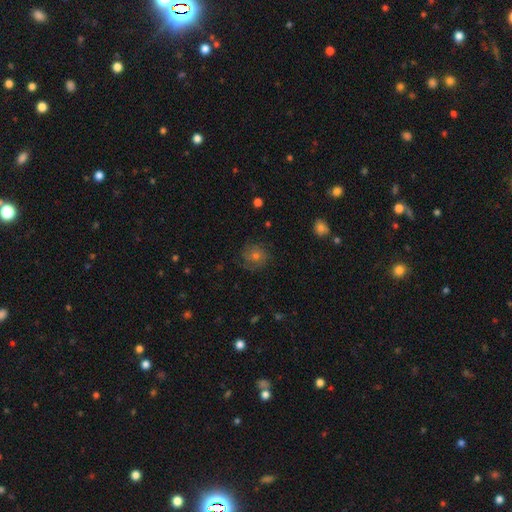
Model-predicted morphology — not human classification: A featured or disk galaxy (41%).

Vote fractions:
- Smooth or featured? featured or disk: 41% / smooth: 39% / star or artifact: 20%
- Merging? none: 79% / minor disturbance: 14% / major disturbance: 6% / merger: 1%